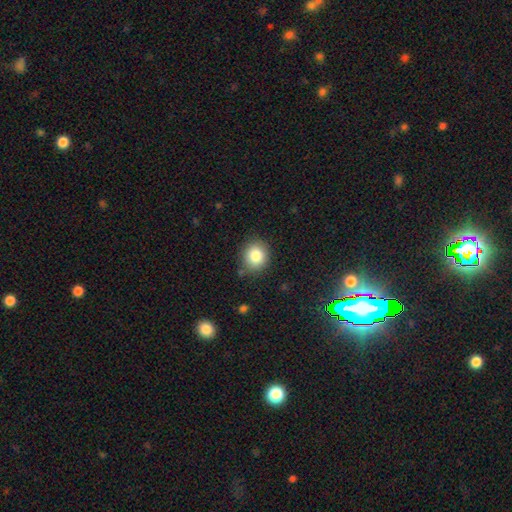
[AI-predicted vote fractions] Smooth or featured: smooth — 84% (star or artifact — 10%)
How rounded: round — 79% (in between — 20%)
Merging: none — 83% (minor disturbance — 12%)